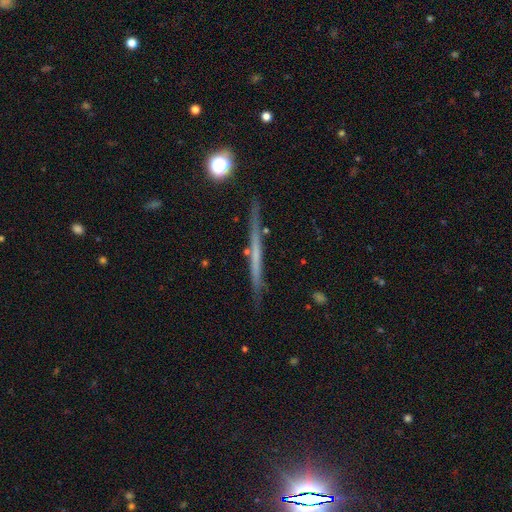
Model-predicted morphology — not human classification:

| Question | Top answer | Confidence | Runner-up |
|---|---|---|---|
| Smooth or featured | featured or disk | 56% | smooth (36%) |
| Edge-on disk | yes | 96% | no (4%) |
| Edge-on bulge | none | 90% | rounded (6%) |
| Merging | none | 86% | minor disturbance (10%) |